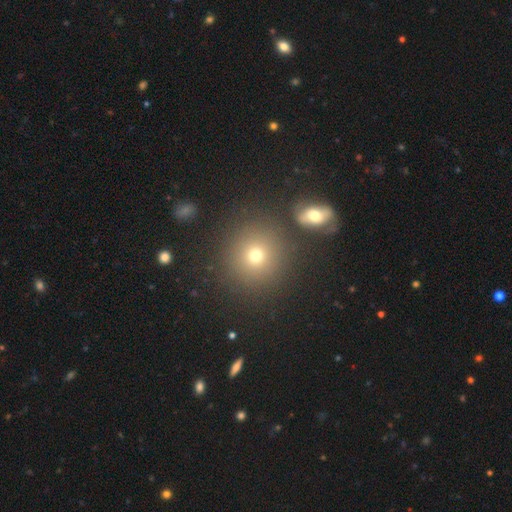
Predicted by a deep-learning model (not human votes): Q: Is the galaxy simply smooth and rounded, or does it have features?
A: smooth — 72%.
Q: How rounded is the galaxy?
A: round — 89%.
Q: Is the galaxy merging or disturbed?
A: none — 80%.